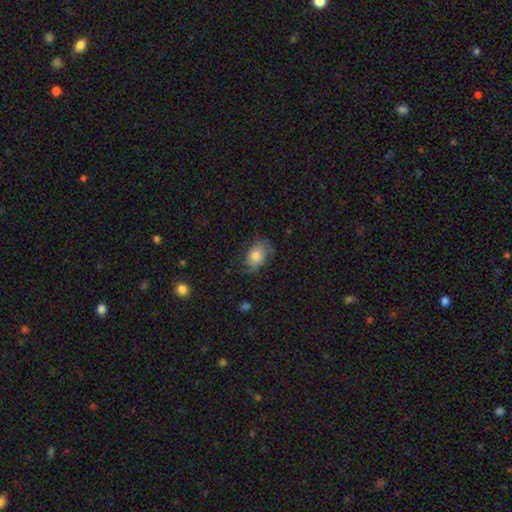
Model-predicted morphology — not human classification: This appears to be a smooth galaxy with no disk features (80%) that is in between round and cigar-shaped (83%). Merging: none (68%).